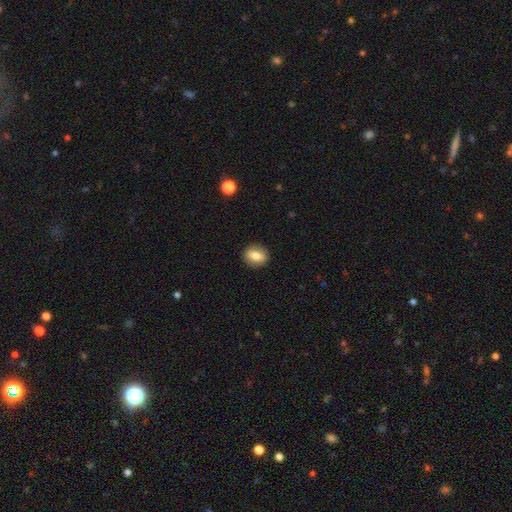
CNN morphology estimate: smooth-or-featured: smooth: 73% | featured or disk: 19% | star or artifact: 8%
  how-rounded: round: 54% | in between: 44% | cigar-shaped: 2%
  merging: none: 89% | minor disturbance: 7% | major disturbance: 2% | merger: 1%